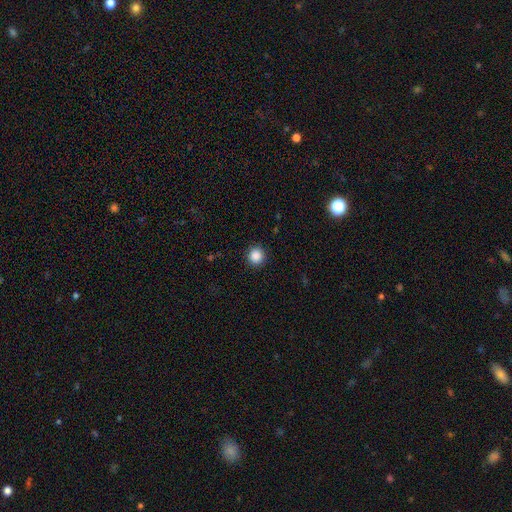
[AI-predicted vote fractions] This appears to be a smooth galaxy with no disk features (87%) that is round (94%). Merging: none (91%).